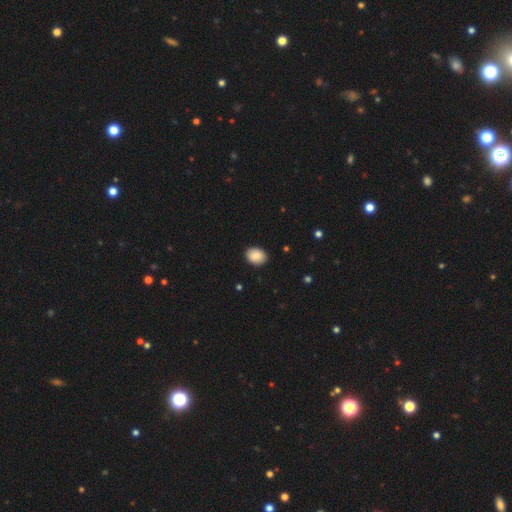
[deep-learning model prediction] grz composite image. It shows a smooth galaxy with no disk features (89%) that is in between round and cigar-shaped (63%). Merging: none (90%).